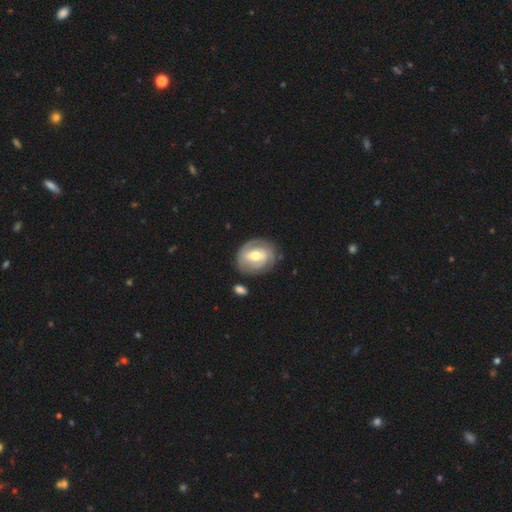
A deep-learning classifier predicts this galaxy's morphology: A featured or disk galaxy (75%) with a weak bar (46%), 2 (56%) tight (58%) spiral arms (83%) and a moderate central bulge (69%). Merging: none (75%).